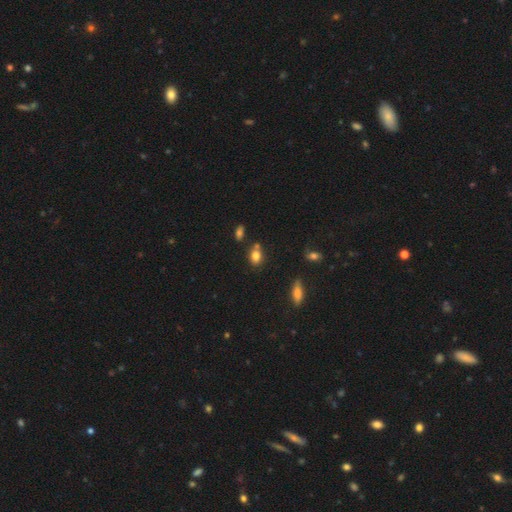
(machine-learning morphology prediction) A smooth galaxy with no disk features (79%) that is in between round and cigar-shaped (61%). Merging: none (63%).